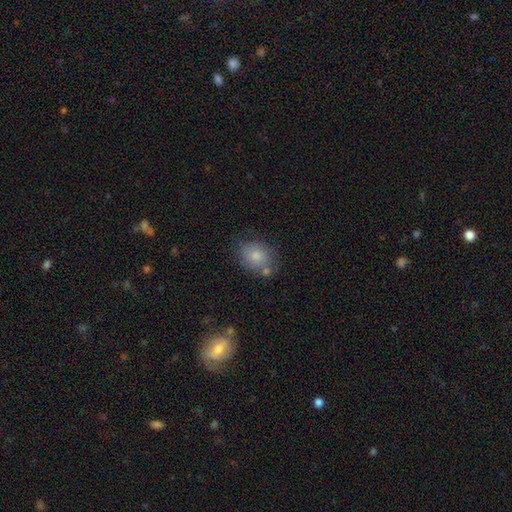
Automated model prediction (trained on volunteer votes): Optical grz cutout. It shows a smooth galaxy with no disk features (79%) that is round (55%). Merging: none (62%).